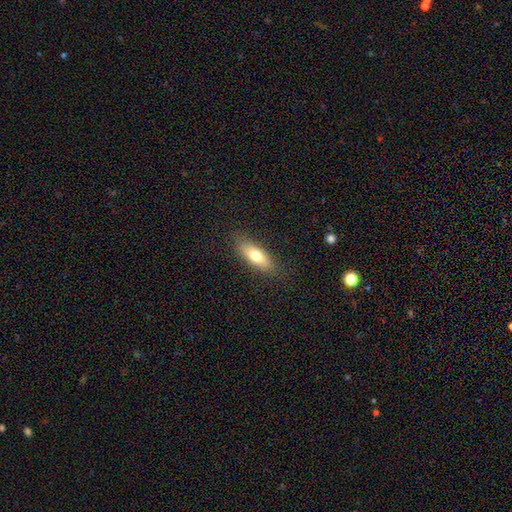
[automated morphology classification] Overall: smooth (72%). How rounded: in between (64%; cigar-shaped 34%). Merging: none (85%).